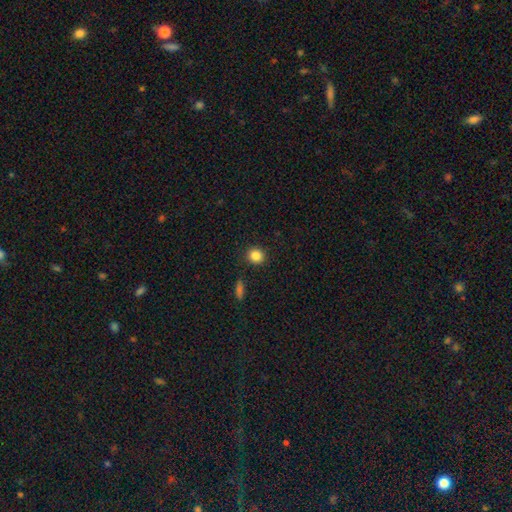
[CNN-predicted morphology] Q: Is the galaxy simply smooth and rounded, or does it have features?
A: smooth — 85%.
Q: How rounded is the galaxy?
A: round — 86%.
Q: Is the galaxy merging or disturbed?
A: none — 90%.